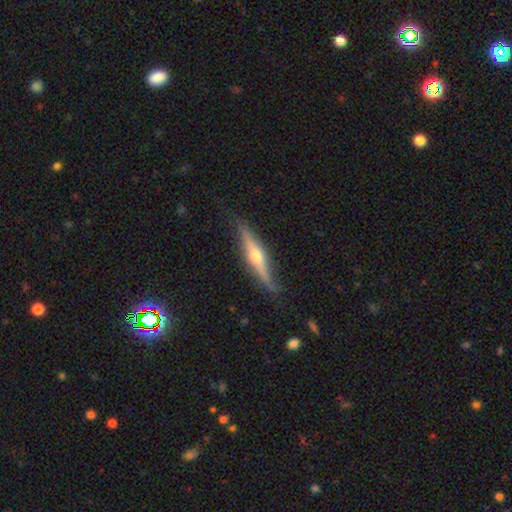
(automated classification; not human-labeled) featured or disk 72%, smooth 22%, star or artifact 5%. Down the decision tree: edge-on disk — yes (95%); edge-on bulge — rounded (91%); merging — none (79%).